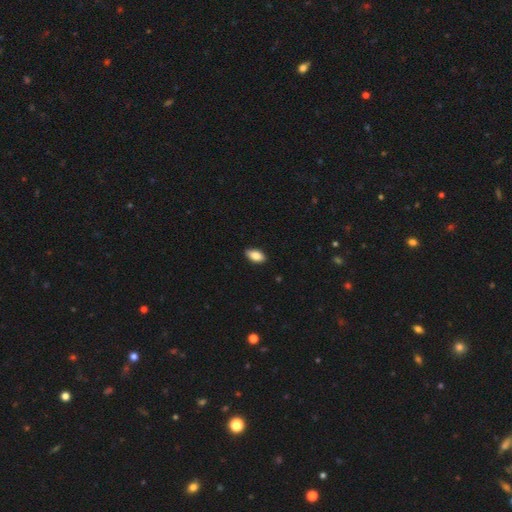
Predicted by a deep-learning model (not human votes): Q: Smooth or featured?
A: smooth (86%); runner-up: featured or disk (7%)
Q: How rounded?
A: in between (93%); runner-up: cigar-shaped (4%)
Q: Merging?
A: none (87%); runner-up: minor disturbance (10%)